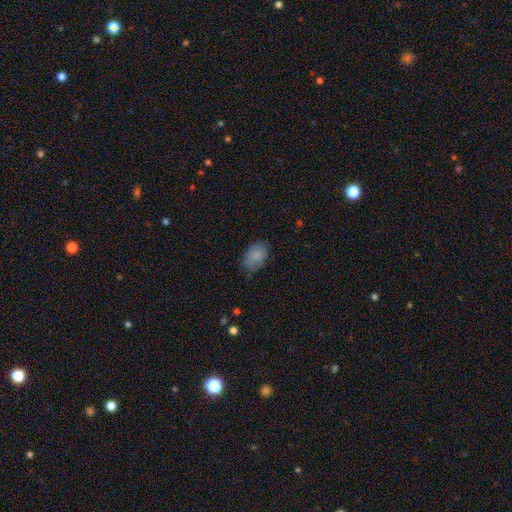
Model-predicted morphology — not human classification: type=smooth (86%); roundness=in between (87%); merging=none (77%).